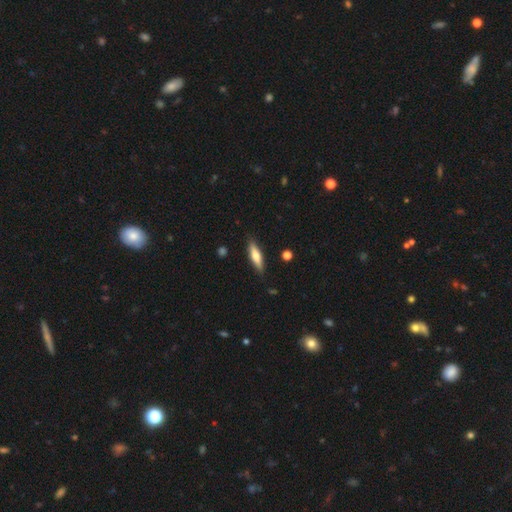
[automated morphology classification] This appears to be a smooth galaxy with no disk features (57%) that is cigar-shaped (68%). Merging: none (86%).